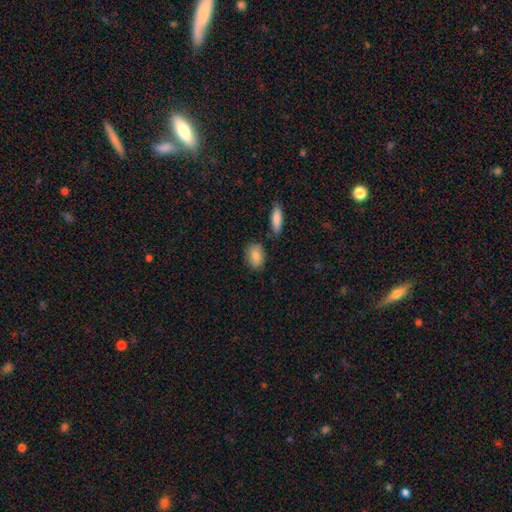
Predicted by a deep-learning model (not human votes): This appears to be a smooth galaxy with no disk features (85%) that is in between round and cigar-shaped (74%). Merging: none (78%).